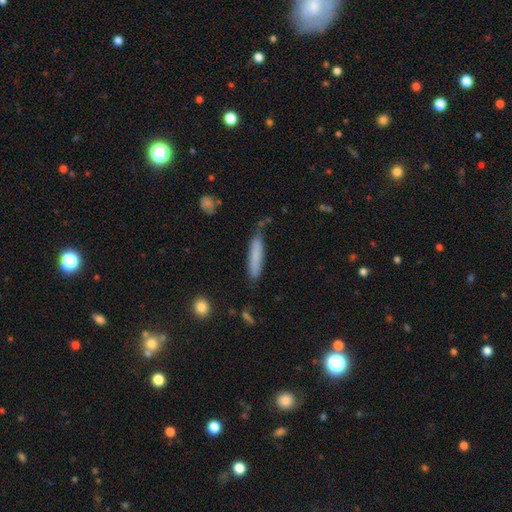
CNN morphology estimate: type=smooth (76%); roundness=cigar-shaped (90%); merging=none (70%).